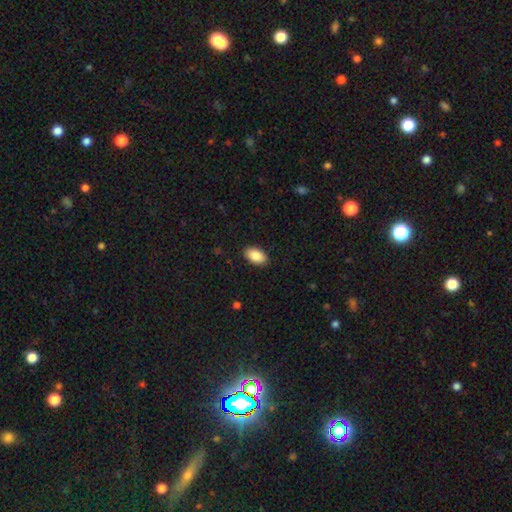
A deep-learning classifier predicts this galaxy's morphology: This appears to be a smooth galaxy with no disk features (88%) that is in between round and cigar-shaped (94%). Merging: none (90%).